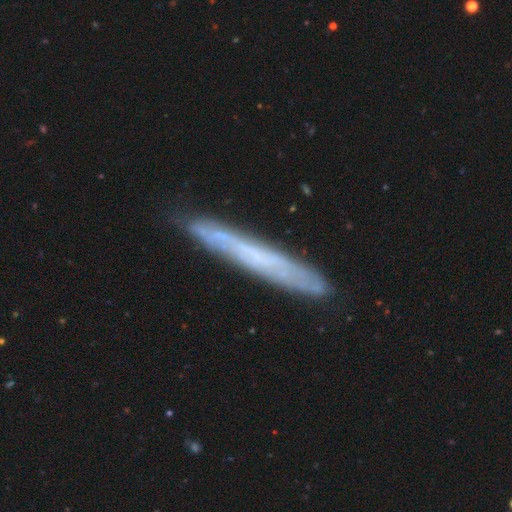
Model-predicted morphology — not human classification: smooth-or-featured: featured or disk: 58% | smooth: 35% | star or artifact: 7%
  disk-edge-on: yes: 82% | no: 18%
  merging: none: 83% | minor disturbance: 13% | major disturbance: 2% | merger: 2%